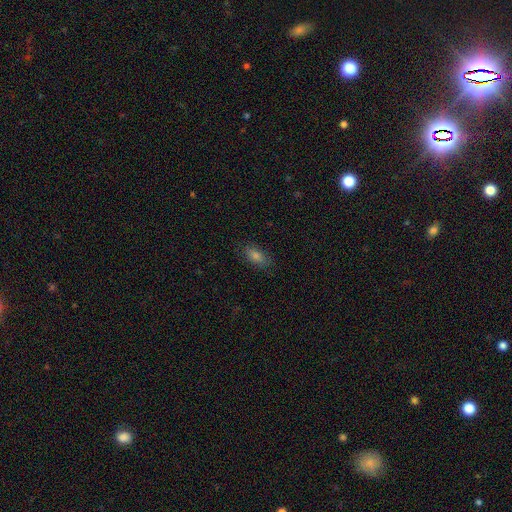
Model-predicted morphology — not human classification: This is likely a smooth galaxy (68%). How rounded: clearly in between (83%). Merging: clearly none (83%).